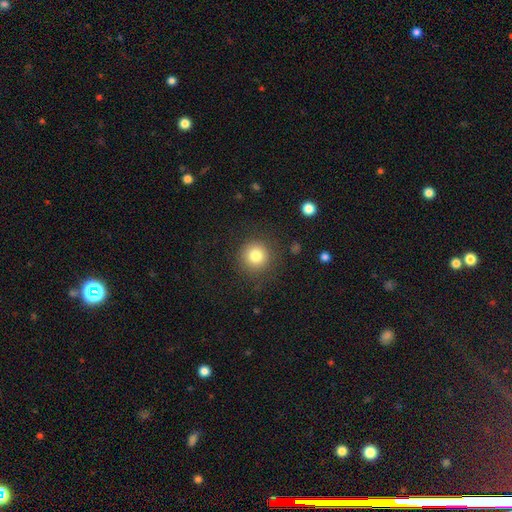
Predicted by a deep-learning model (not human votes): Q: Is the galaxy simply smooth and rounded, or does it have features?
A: smooth — 81%.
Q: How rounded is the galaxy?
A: round — 94%.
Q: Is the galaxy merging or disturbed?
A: none — 88%.